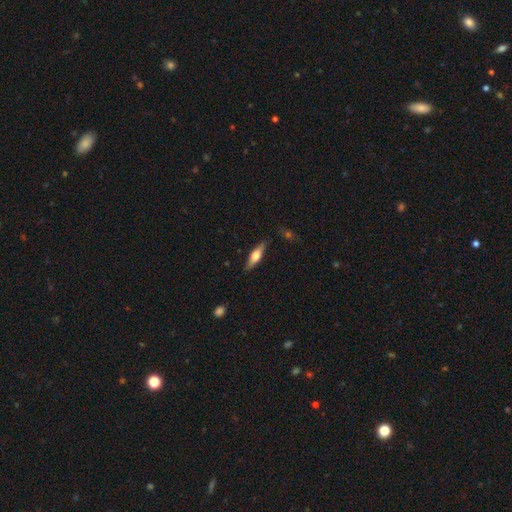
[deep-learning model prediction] smooth 49%, featured or disk 45%, star or artifact 6%. Down the decision tree: merging — none (82%).